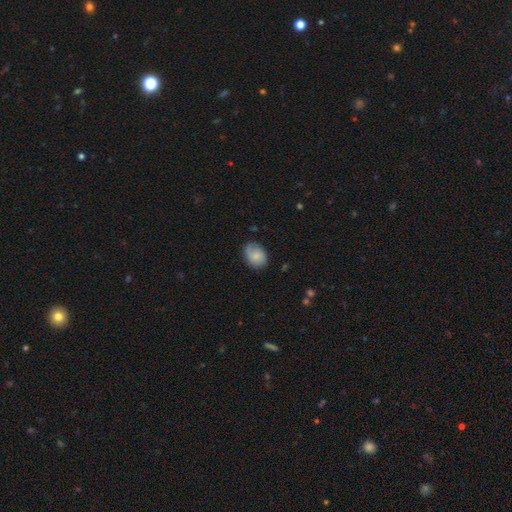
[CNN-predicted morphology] This appears to be a smooth galaxy with no disk features (72%) that is in between round and cigar-shaped (66%). Merging: none (68%).